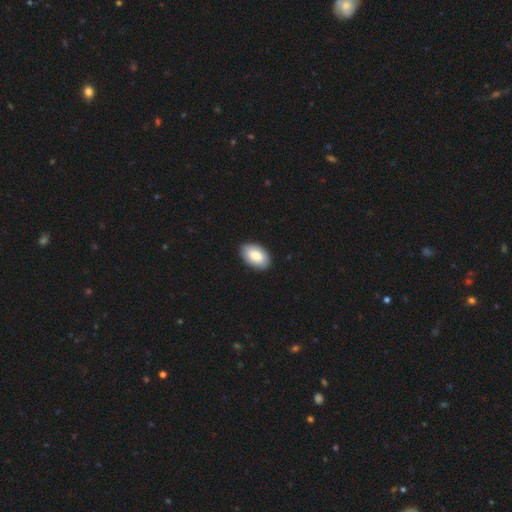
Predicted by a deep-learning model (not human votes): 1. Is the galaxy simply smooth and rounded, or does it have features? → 84% smooth, 11% featured or disk, 5% star or artifact.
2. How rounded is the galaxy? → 93% in between, 5% round, 1% cigar-shaped.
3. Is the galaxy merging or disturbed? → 89% none, 8% minor disturbance, 2% major disturbance, 1% merger.